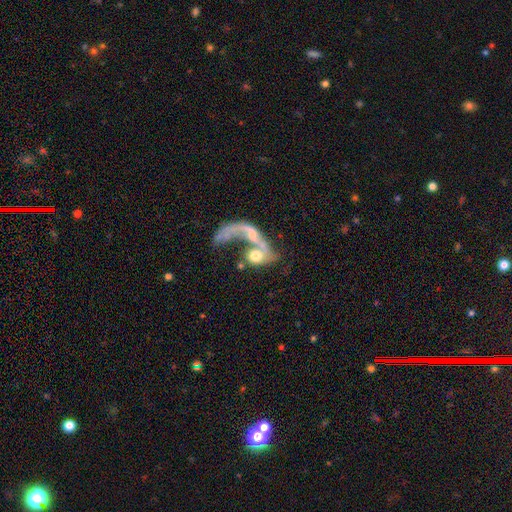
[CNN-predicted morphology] The model was most divided on "smooth or featured": featured or disk: 54%, smooth: 37%, star or artifact: 9%. More confident: edge-on disk — no (92%); merging — merger (60%).